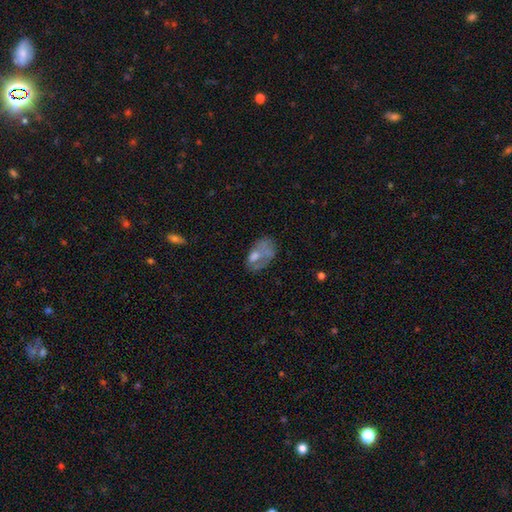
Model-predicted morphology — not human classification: Smooth or featured? Predicted: smooth (p=0.44). Merging? Predicted: none (p=0.36).